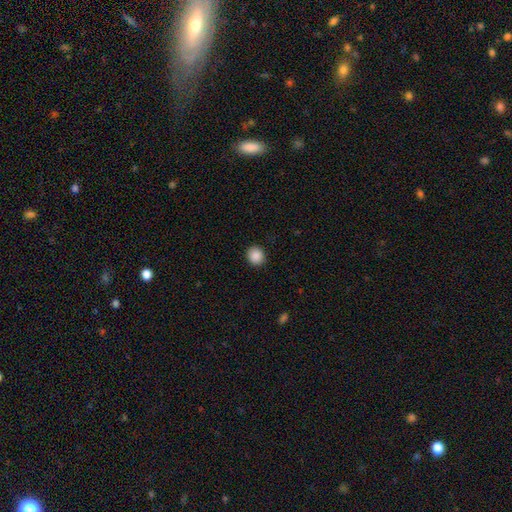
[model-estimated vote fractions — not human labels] smooth_or_featured: smooth (p=0.89) [alt: star or artifact p=0.09]
how_rounded: round (p=0.84) [alt: in between p=0.15]
merging: none (p=0.91) [alt: minor disturbance p=0.06]